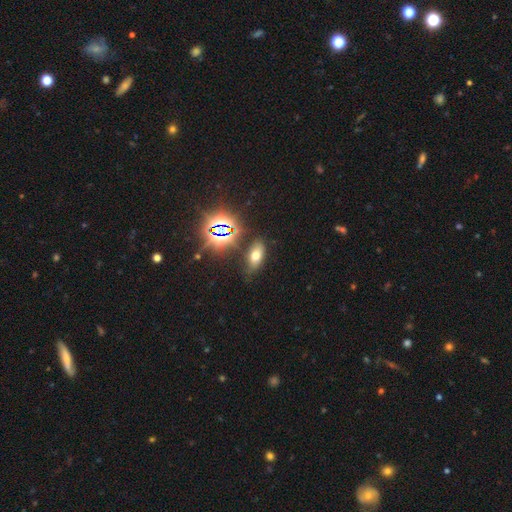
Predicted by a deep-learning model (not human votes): Q: Smooth or featured?
A: smooth (58%); runner-up: star or artifact (29%)
Q: How rounded?
A: in between (86%); runner-up: round (8%)
Q: Merging?
A: none (78%); runner-up: minor disturbance (14%)